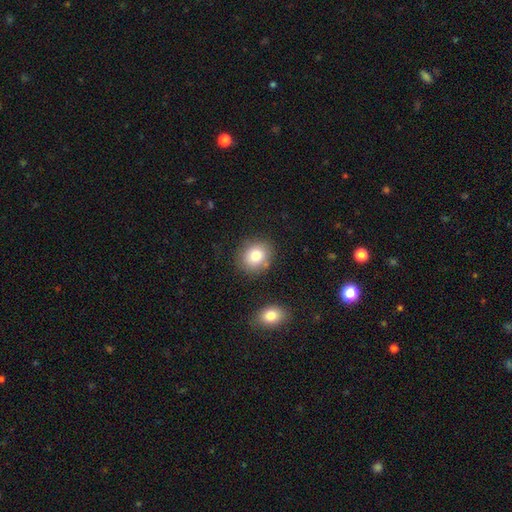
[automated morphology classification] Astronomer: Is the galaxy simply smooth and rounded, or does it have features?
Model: smooth — 82%.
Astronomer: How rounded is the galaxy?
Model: round — 69%.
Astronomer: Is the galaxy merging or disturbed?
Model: none — 79%.